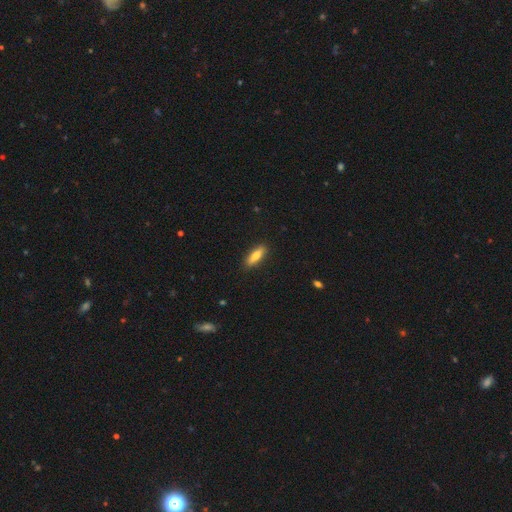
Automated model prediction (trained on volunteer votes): Smooth or featured? Predicted: smooth (p=0.76). How rounded? Predicted: in between (p=0.49, tied with cigar-shaped). Merging? Predicted: none (p=0.88).